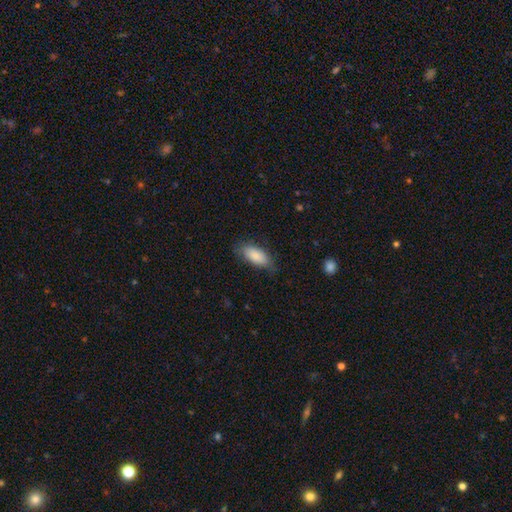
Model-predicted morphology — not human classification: type=smooth (86%); roundness=in between (85%); merging=none (74%).